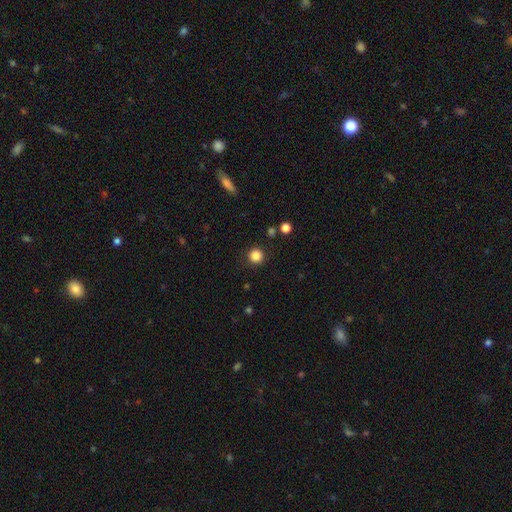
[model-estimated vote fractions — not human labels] The model was most divided on "smooth or featured": smooth: 85%, star or artifact: 12%, featured or disk: 3%. More confident: how rounded — round (94%); merging — none (90%).